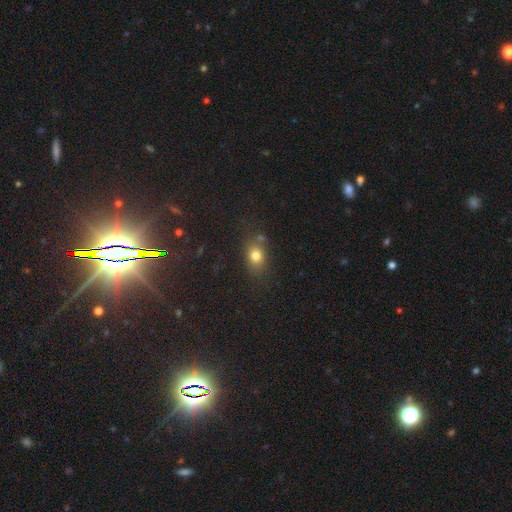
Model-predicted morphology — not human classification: smooth_or_featured: smooth (p=0.77) [alt: star or artifact p=0.14]
how_rounded: in between (p=0.55) [alt: round p=0.43]
merging: none (p=0.71) [alt: minor disturbance p=0.16]